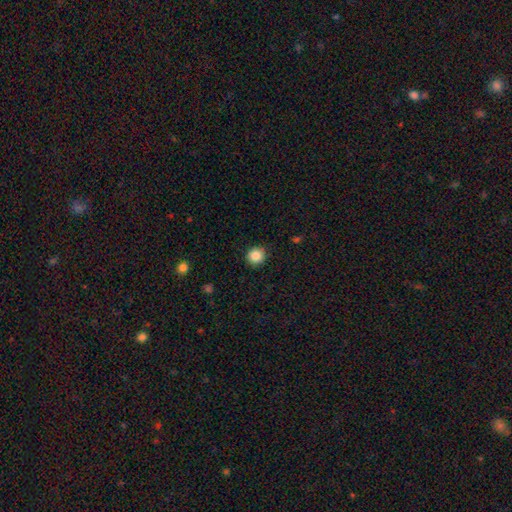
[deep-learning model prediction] Smooth or featured? Predicted: smooth (p=0.87). How rounded? Predicted: round (p=0.91). Merging? Predicted: none (p=0.89).